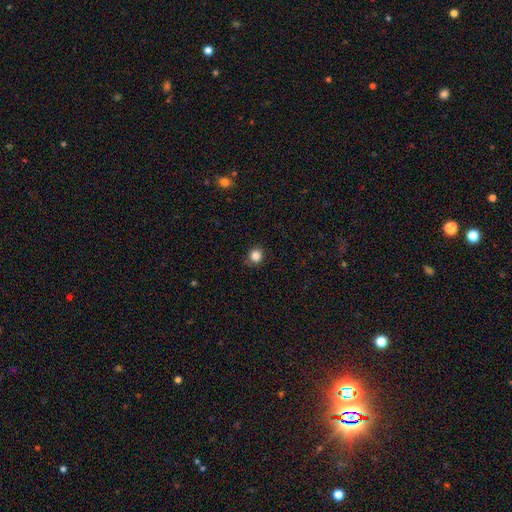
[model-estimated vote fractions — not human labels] smooth-or-featured: smooth: 85% | star or artifact: 11% | featured or disk: 4%
  how-rounded: round: 83% | in between: 16% | cigar-shaped: 1%
  merging: none: 82% | minor disturbance: 14% | major disturbance: 3% | merger: 1%